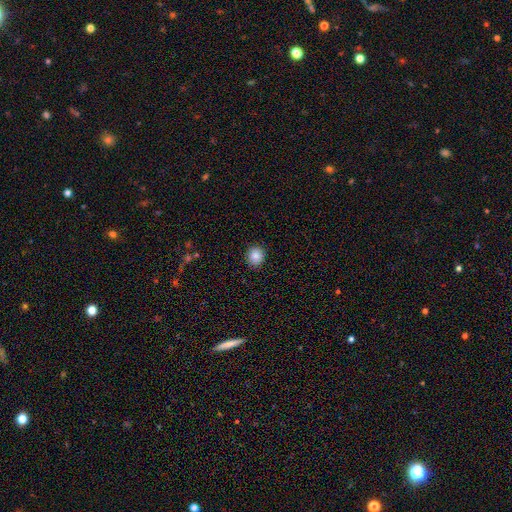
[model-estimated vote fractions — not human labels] This is clearly a smooth galaxy (86%). How rounded: clearly round (84%). Merging: clearly none (91%).